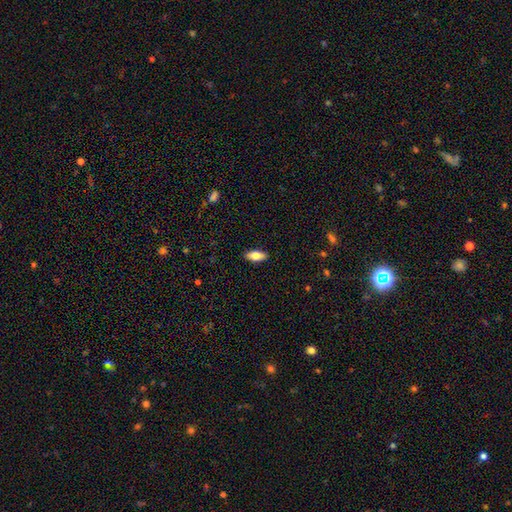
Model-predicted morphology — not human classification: type=smooth (76%); roundness=in between (82%); merging=none (90%).